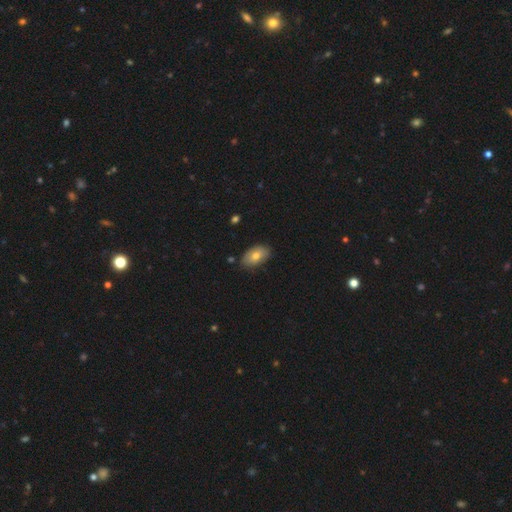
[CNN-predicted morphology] Q: Smooth or featured?
A: smooth (74%); runner-up: featured or disk (18%)
Q: How rounded?
A: in between (92%); runner-up: round (6%)
Q: Merging?
A: none (78%); runner-up: minor disturbance (17%)